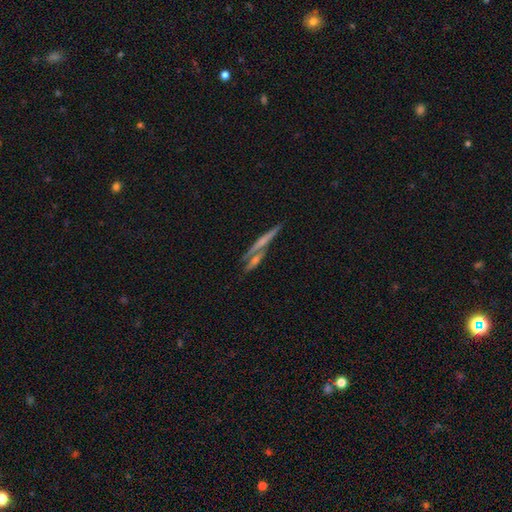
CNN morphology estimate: This is possibly a featured or disk galaxy (52%). It is clearly viewed edge-on (85%). Merging: possibly none (57%).